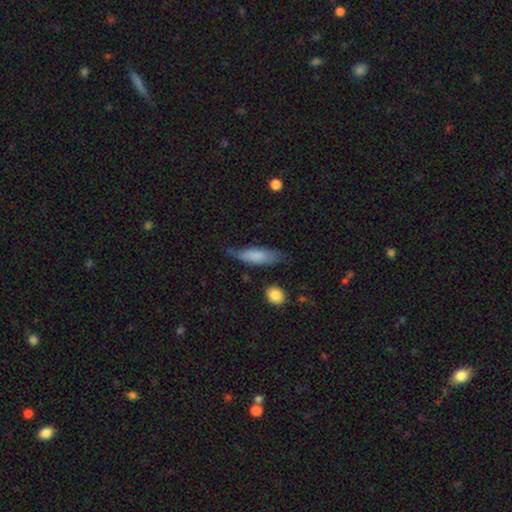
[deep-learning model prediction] Morphology: type=smooth (76%); roundness=cigar-shaped (53%); merging=none (63%).